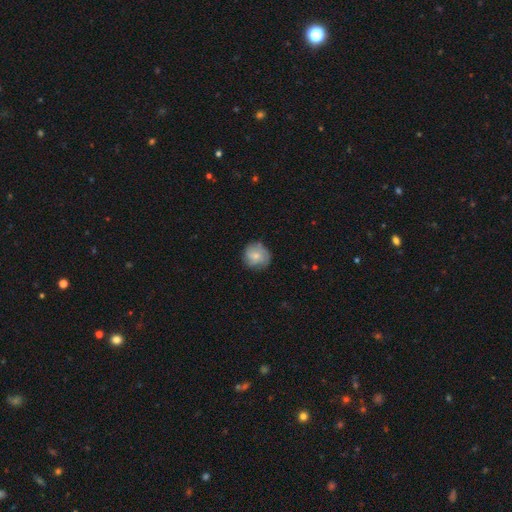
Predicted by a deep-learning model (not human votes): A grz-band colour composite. It shows a smooth galaxy with no disk features (60%) that is round (88%). Merging: none (73%).